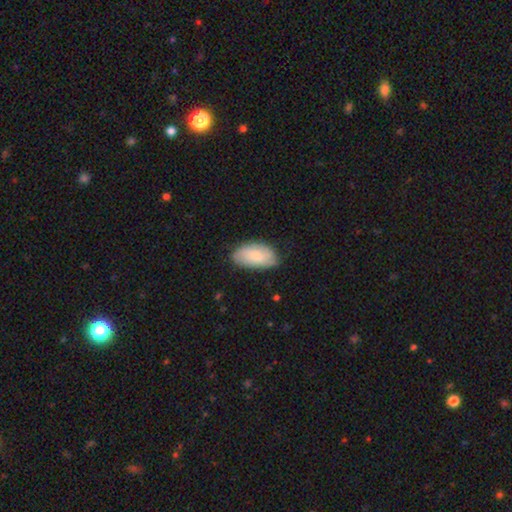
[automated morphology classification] This is likely a smooth galaxy (72%). How rounded: clearly in between (95%). Merging: likely none (73%).